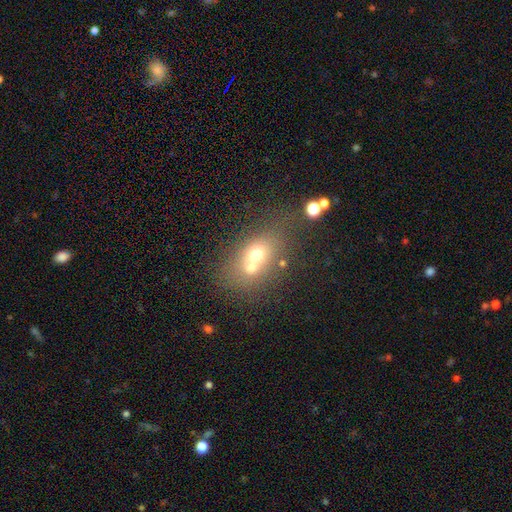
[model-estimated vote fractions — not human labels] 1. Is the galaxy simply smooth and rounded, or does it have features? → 60% smooth, 26% featured or disk, 13% star or artifact.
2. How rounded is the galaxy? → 65% in between, 32% round, 3% cigar-shaped.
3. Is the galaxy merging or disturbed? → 52% merger, 31% none, 11% minor disturbance, 7% major disturbance.